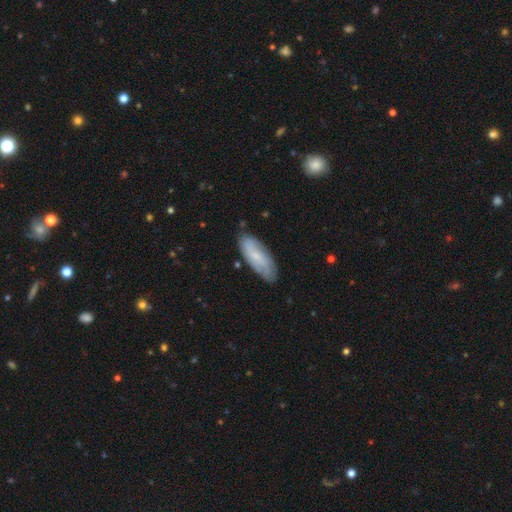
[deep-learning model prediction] A smooth galaxy with no disk features (48%).

Vote fractions:
- Smooth or featured? smooth: 48% / featured or disk: 45% / star or artifact: 7%
- Merging? none: 77% / minor disturbance: 18% / major disturbance: 3% / merger: 2%